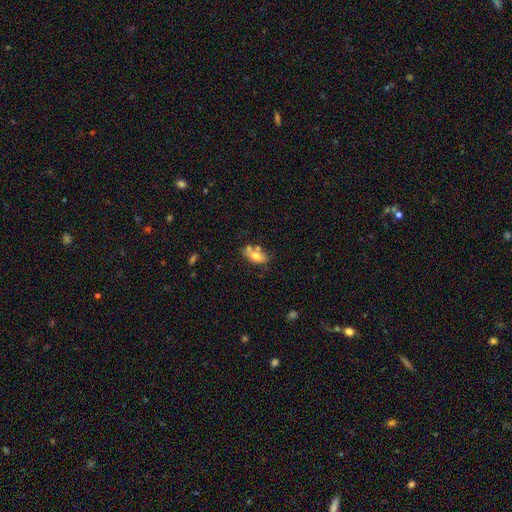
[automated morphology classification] smooth-or-featured: smooth: 70% | featured or disk: 22% | star or artifact: 8%
  how-rounded: in between: 86% | cigar-shaped: 8% | round: 6%
  merging: none: 48% | merger: 26% | minor disturbance: 19% | major disturbance: 6%